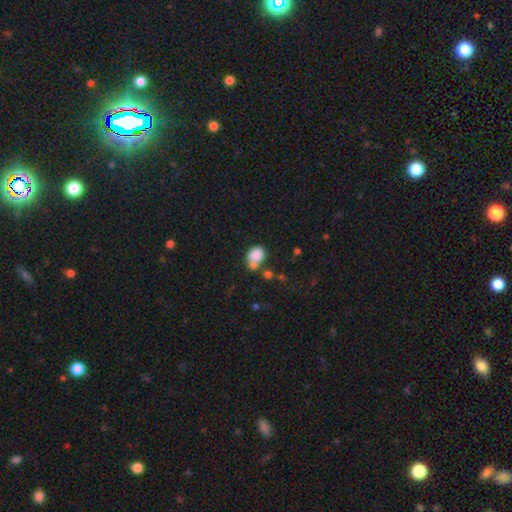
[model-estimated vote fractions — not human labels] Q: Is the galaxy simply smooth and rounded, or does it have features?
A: smooth — 82%.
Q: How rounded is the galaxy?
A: in between — 51%.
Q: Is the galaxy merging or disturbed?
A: merger — 39%.